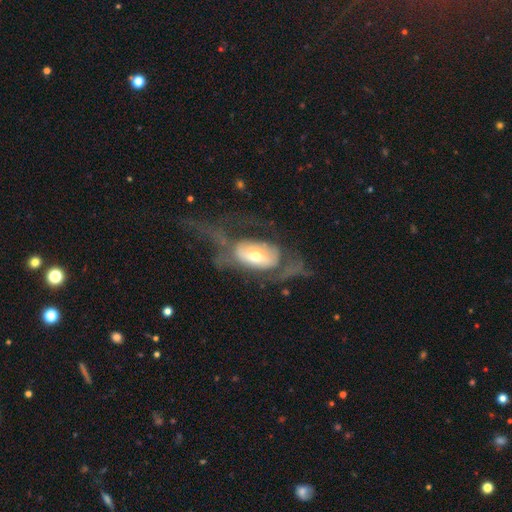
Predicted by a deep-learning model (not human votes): A featured or disk galaxy (57%) with no bar (59%), no spiral arms (57%) and a moderate central bulge (57%).

Vote fractions:
- Smooth or featured? featured or disk: 57% / smooth: 37% / star or artifact: 6%
- Edge-on disk? no: 90% / yes: 10%
- Bar? no: 59% / weak: 26% / strong: 15%
- Spiral arms? no: 57% / yes: 43%
- Bulge size? moderate: 57% / small: 28% / large: 11% / dominant: 2% / none: 1%
- Merging? major disturbance: 63% / none: 18% / minor disturbance: 13% / merger: 6%